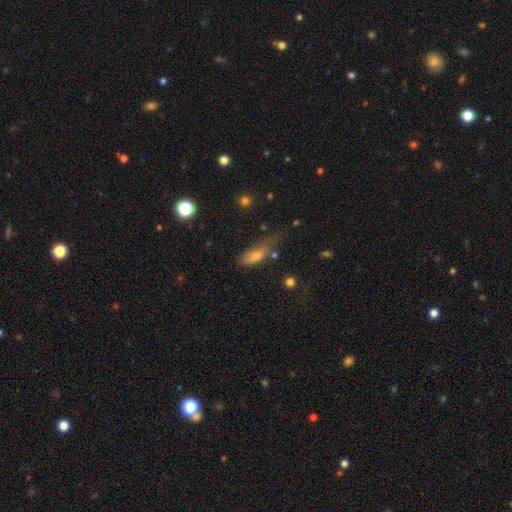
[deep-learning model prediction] smooth-or-featured: smooth: 68% | featured or disk: 21% | star or artifact: 11%
  how-rounded: in between: 68% | cigar-shaped: 27% | round: 5%
  merging: none: 40% | minor disturbance: 33% | major disturbance: 21% | merger: 6%